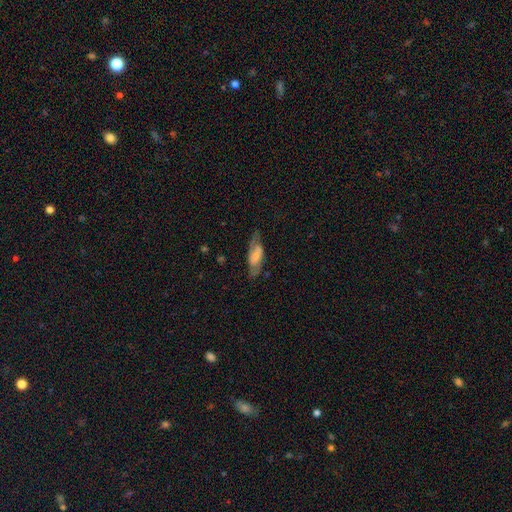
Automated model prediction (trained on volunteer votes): This is possibly a featured or disk galaxy (53%). It is clearly not viewed edge-on (81%). Merging: likely none (66%).